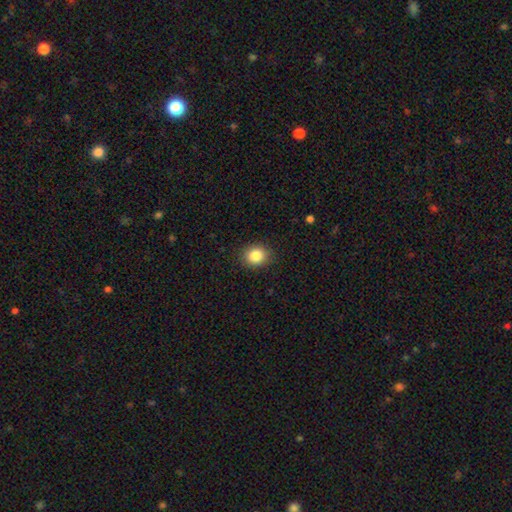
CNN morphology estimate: A smooth galaxy with no disk features (85%) that is round (69%).

Vote fractions:
- Smooth or featured? smooth: 85% / star or artifact: 10% / featured or disk: 5%
- How rounded? round: 69% / in between: 30% / cigar-shaped: 1%
- Merging? none: 88% / minor disturbance: 8% / major disturbance: 2% / merger: 1%